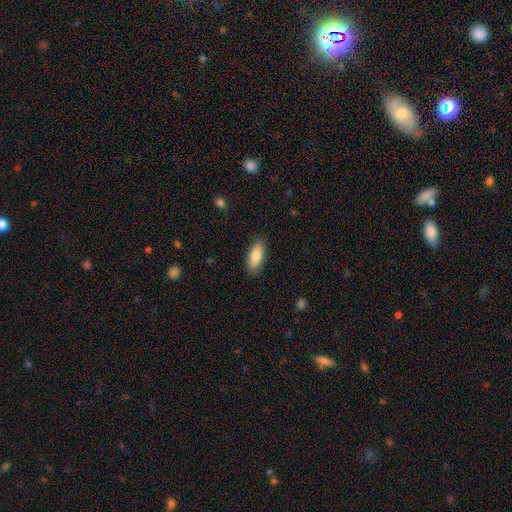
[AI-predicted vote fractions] smooth_or_featured: smooth (p=0.83) [alt: featured or disk p=0.11]
how_rounded: in between (p=0.80) [alt: cigar-shaped p=0.18]
merging: none (p=0.85) [alt: minor disturbance p=0.11]